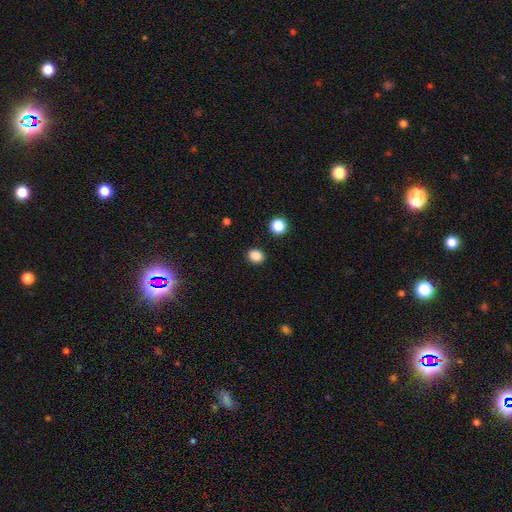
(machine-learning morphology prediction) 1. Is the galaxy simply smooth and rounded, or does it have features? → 85% smooth, 11% star or artifact, 4% featured or disk.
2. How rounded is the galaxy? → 60% round, 39% in between, 1% cigar-shaped.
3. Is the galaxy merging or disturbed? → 89% none, 7% minor disturbance, 2% major disturbance, 2% merger.